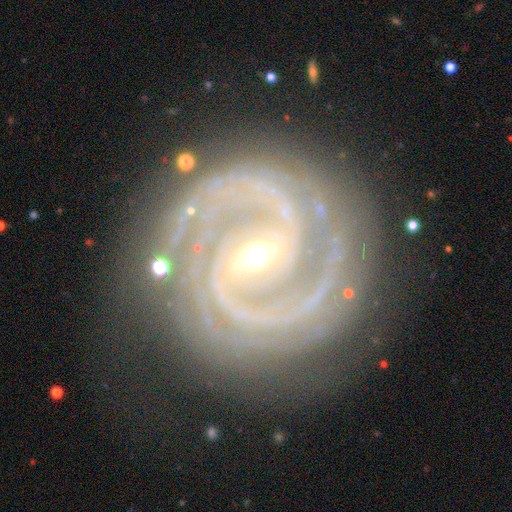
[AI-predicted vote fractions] Morphology: type=featured or disk (93%); edge-on=no (98%); bar=strong (44%); spiral arms=yes (99%); winding=tight (64%); arm count=2 (79%); bulge=small (79%); merging=none (79%).